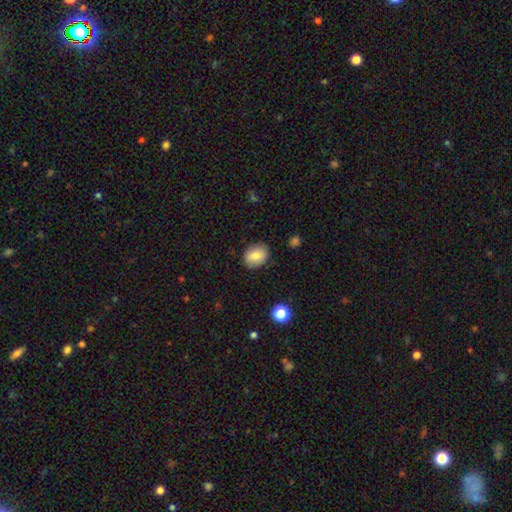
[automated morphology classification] Smooth or featured? smooth (81%)
How rounded? in between (59%)
Merging? none (86%)